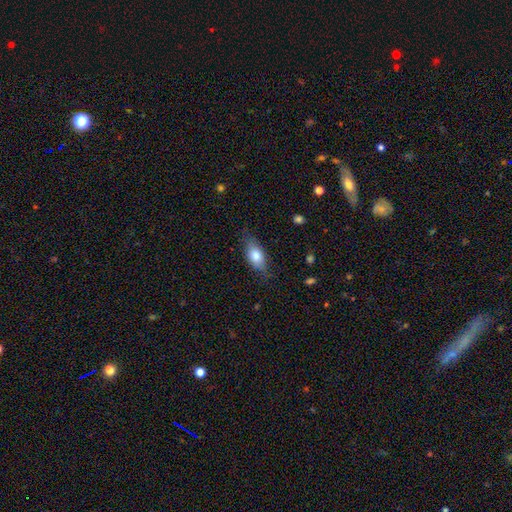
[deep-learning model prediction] Q: Smooth or featured?
A: smooth (74%); runner-up: featured or disk (19%)
Q: How rounded?
A: in between (83%); runner-up: cigar-shaped (13%)
Q: Merging?
A: none (74%); runner-up: minor disturbance (20%)